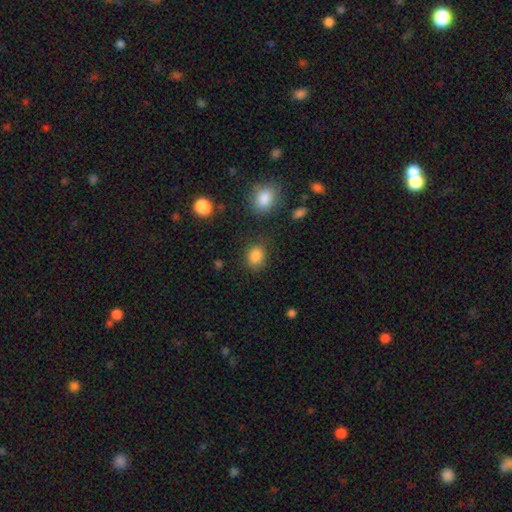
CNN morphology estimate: smooth-or-featured: smooth: 85% | star or artifact: 11% | featured or disk: 4%
  how-rounded: in between: 50% | round: 49% | cigar-shaped: 1%
  merging: none: 77% | minor disturbance: 14% | major disturbance: 5% | merger: 4%